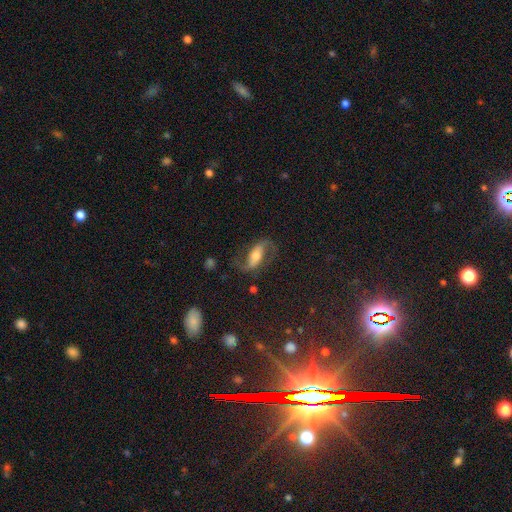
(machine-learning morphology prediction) This appears to be a featured or disk galaxy (80%) with a strong bar (42%), 2 (93%) loose (59%) spiral arms (94%) and a moderate central bulge (60%). Merging: none (74%).